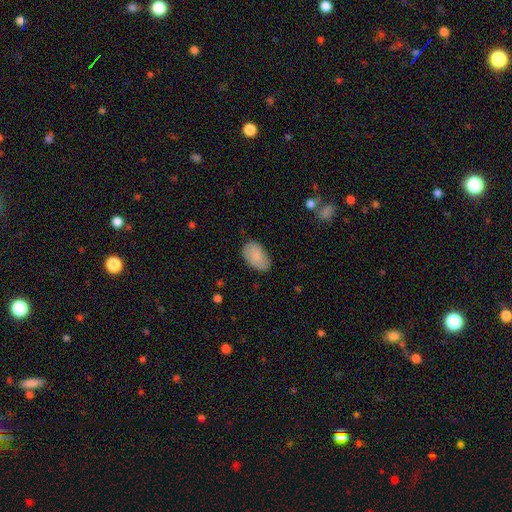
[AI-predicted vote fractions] smooth-or-featured: smooth: 82% | featured or disk: 11% | star or artifact: 6%
  how-rounded: in between: 93% | round: 5% | cigar-shaped: 1%
  merging: none: 77% | minor disturbance: 18% | major disturbance: 3% | merger: 1%